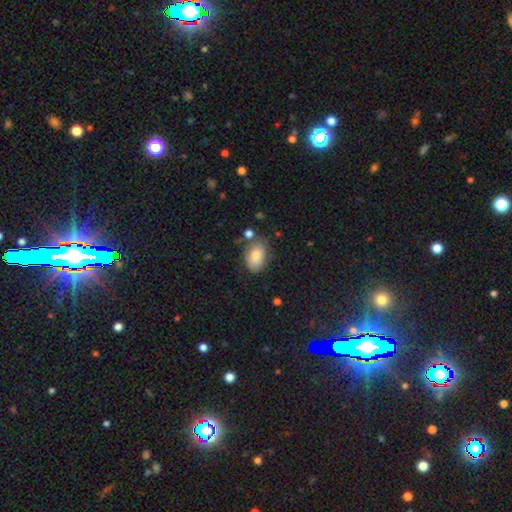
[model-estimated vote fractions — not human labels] A smooth galaxy with no disk features (80%) that is in between round and cigar-shaped (88%). Merging: none (66%).